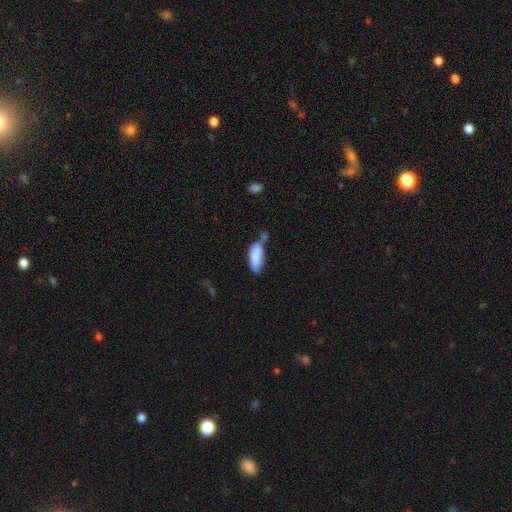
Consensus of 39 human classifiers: Morphology: type=smooth (87%); roundness=in between (76%); merging=merger (42%).